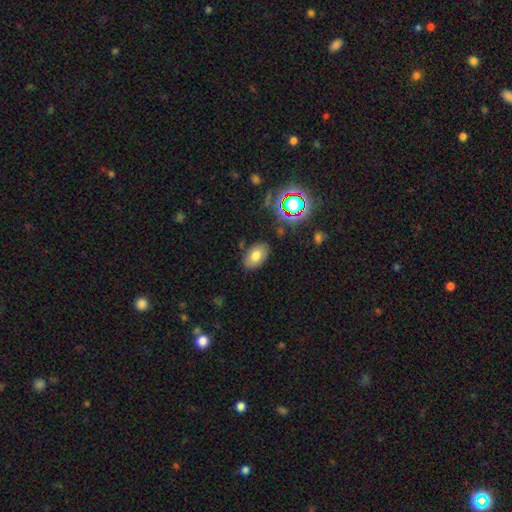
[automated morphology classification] The model was most divided on "smooth or featured": smooth: 72%, featured or disk: 15%, star or artifact: 12%. More confident: how rounded — in between (89%); merging — none (83%).